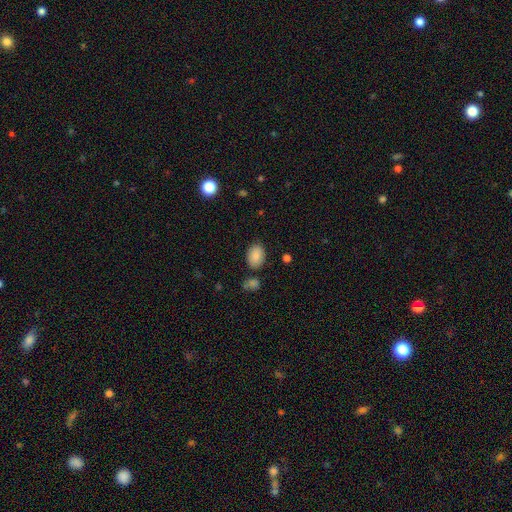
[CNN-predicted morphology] This is clearly a smooth galaxy (85%). How rounded: clearly in between (83%). Merging: likely none (79%).